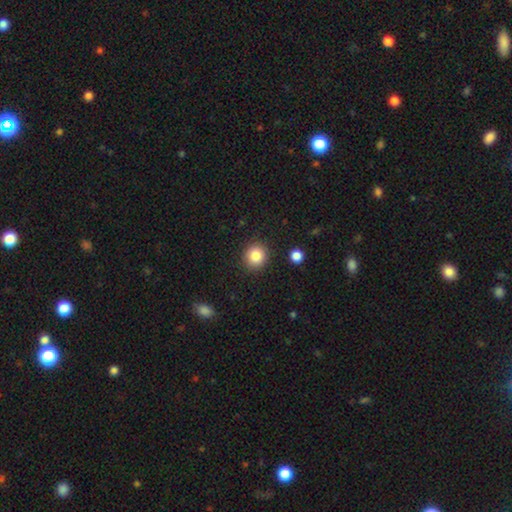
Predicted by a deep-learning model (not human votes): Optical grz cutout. It shows a smooth galaxy with no disk features (85%) that is round (88%). Merging: none (89%).